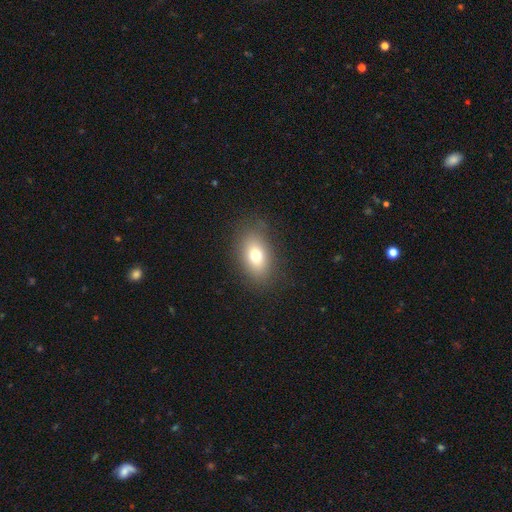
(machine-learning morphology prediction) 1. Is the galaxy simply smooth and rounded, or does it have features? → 74% smooth, 15% featured or disk, 11% star or artifact.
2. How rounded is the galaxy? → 84% in between, 14% round, 2% cigar-shaped.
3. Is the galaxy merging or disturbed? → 84% none, 11% minor disturbance, 4% major disturbance, 1% merger.